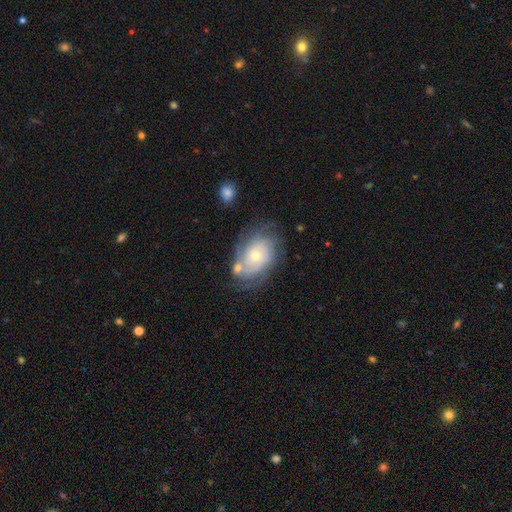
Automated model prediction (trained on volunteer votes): A featured or disk galaxy (77%) with no bar (81%), tight (69%) spiral arms (90%) and a small central bulge (54%). Merging: none (64%).